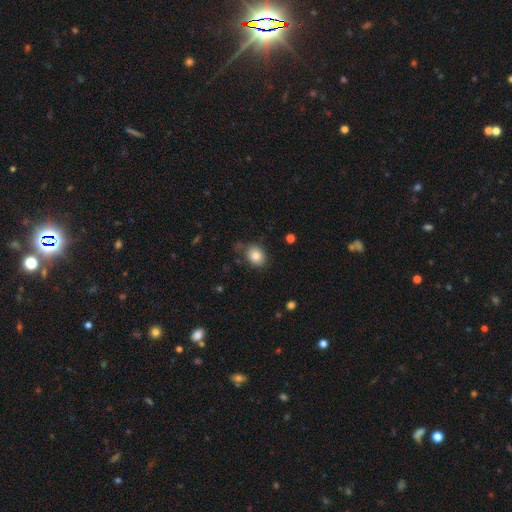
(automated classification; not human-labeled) smooth-or-featured: smooth: 81% | star or artifact: 10% | featured or disk: 9%
  how-rounded: round: 56% | in between: 43% | cigar-shaped: 1%
  merging: none: 70% | minor disturbance: 20% | major disturbance: 6% | merger: 4%